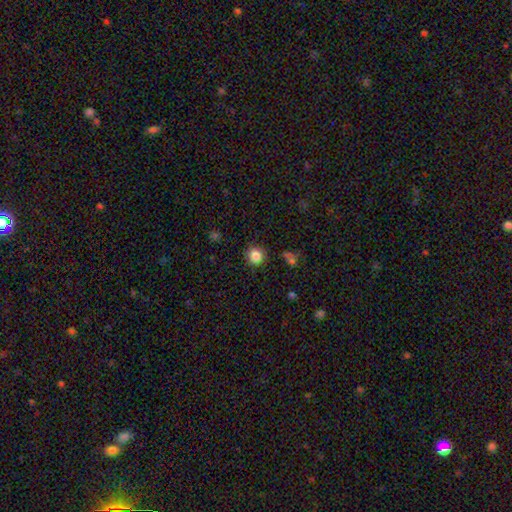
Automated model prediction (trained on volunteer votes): Morphology: type=smooth (85%); roundness=round (90%); merging=none (86%).